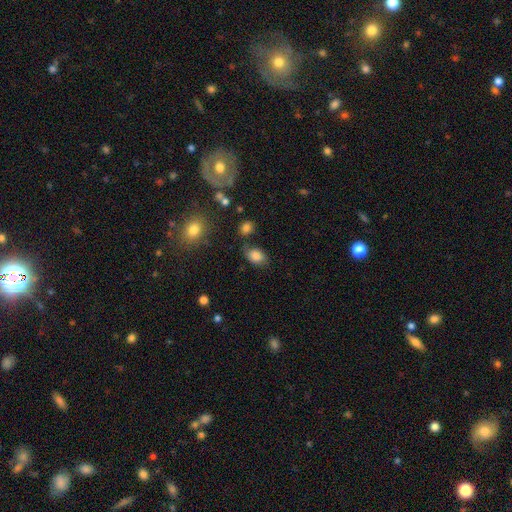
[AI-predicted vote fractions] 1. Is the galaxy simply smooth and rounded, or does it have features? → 81% smooth, 10% star or artifact, 9% featured or disk.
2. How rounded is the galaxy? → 81% in between, 18% round, 1% cigar-shaped.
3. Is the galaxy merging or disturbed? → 65% none, 22% minor disturbance, 7% merger, 6% major disturbance.